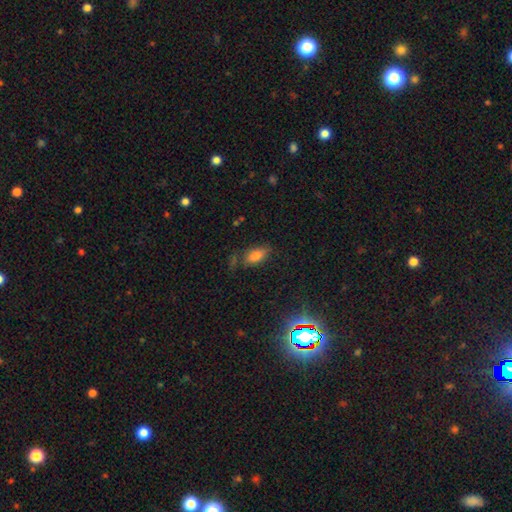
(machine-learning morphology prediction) The model was most divided on "merging": none: 67%, minor disturbance: 19%, major disturbance: 8%, merger: 5%. More confident: how rounded — in between (87%); smooth or featured — smooth (76%).